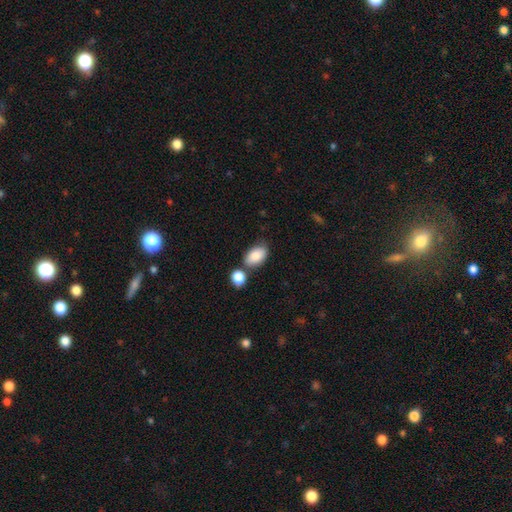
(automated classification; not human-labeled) smooth_or_featured: smooth (p=0.87) [alt: star or artifact p=0.07]
how_rounded: in between (p=0.91) [alt: round p=0.07]
merging: none (p=0.62) [alt: merger p=0.18]